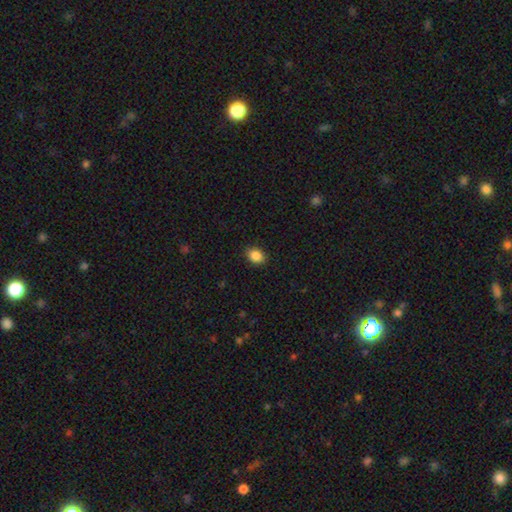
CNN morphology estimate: Smooth or featured? smooth (87%)
How rounded? in between (61%)
Merging? none (90%)